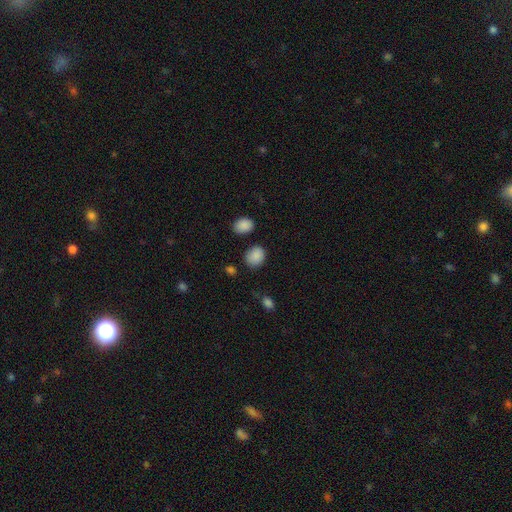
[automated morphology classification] A smooth galaxy with no disk features (88%) that is round (50%).

Vote fractions:
- Smooth or featured? smooth: 88% / star or artifact: 9% / featured or disk: 4%
- How rounded? round: 50% / in between: 49% / cigar-shaped: 1%
- Merging? none: 79% / minor disturbance: 14% / merger: 4% / major disturbance: 4%